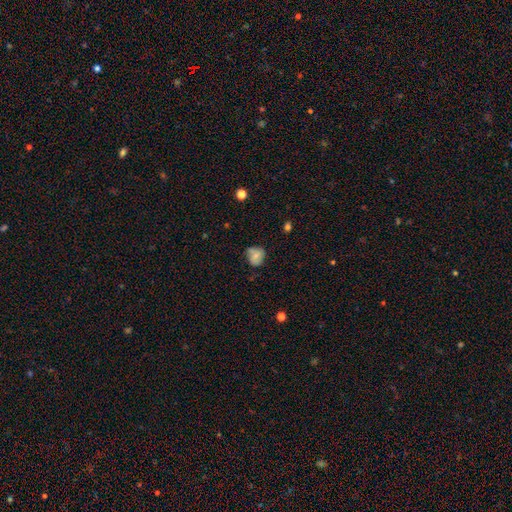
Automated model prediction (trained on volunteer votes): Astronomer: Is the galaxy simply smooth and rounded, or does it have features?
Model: smooth — 63%.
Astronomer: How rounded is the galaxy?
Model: round — 63%.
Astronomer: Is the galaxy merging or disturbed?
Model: none — 56% (runner-up: minor disturbance, 33%).